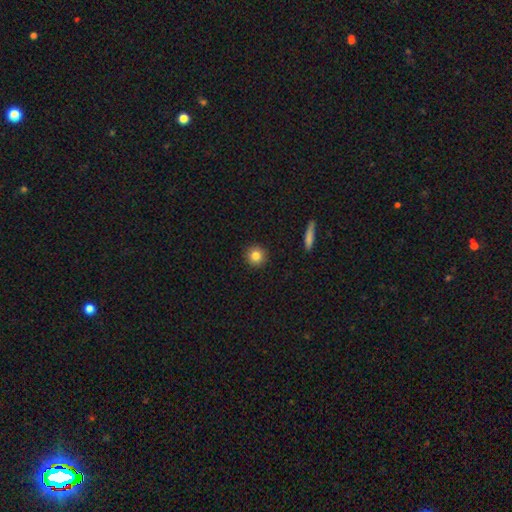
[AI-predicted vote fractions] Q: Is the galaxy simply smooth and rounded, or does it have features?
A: smooth — 83%.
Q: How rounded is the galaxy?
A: round — 94%.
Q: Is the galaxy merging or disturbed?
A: none — 93%.